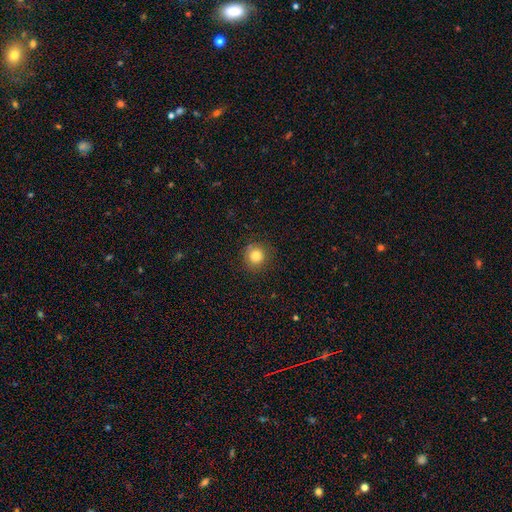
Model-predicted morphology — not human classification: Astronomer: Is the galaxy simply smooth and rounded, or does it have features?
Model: smooth — 82%.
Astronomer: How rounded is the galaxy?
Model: round — 93%.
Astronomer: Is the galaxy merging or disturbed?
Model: none — 87%.